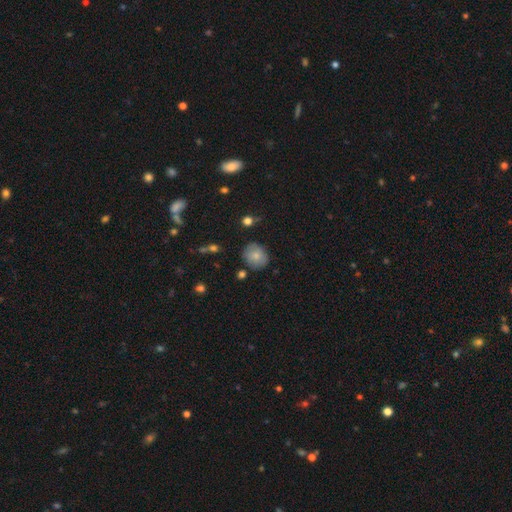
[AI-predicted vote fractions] Smooth or featured? smooth (77%)
How rounded? round (74%)
Merging? none (78%)